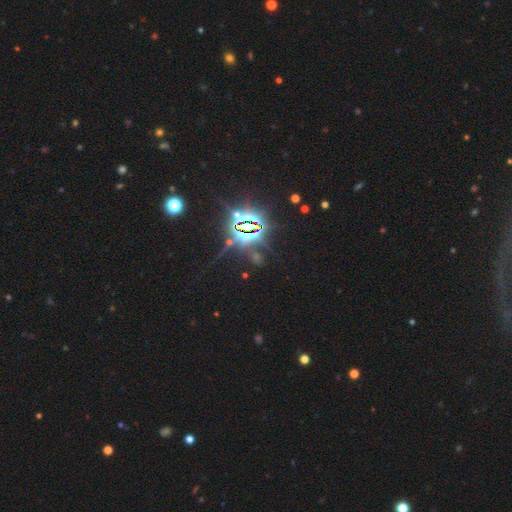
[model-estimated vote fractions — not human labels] Morphology: type=star or artifact (84%).